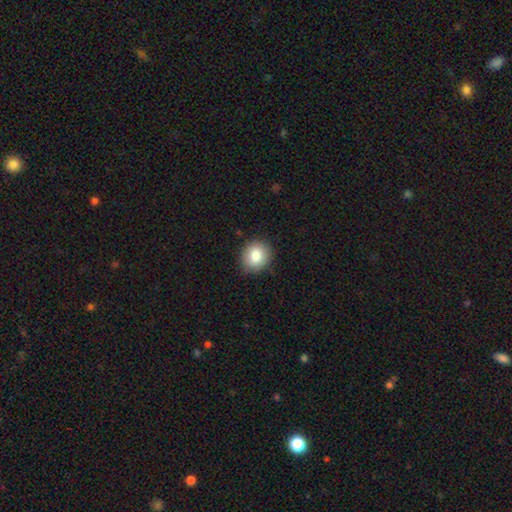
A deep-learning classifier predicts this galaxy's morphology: smooth_or_featured: smooth (p=0.84) [alt: star or artifact p=0.09]
how_rounded: round (p=0.76) [alt: in between p=0.24]
merging: none (p=0.86) [alt: minor disturbance p=0.11]